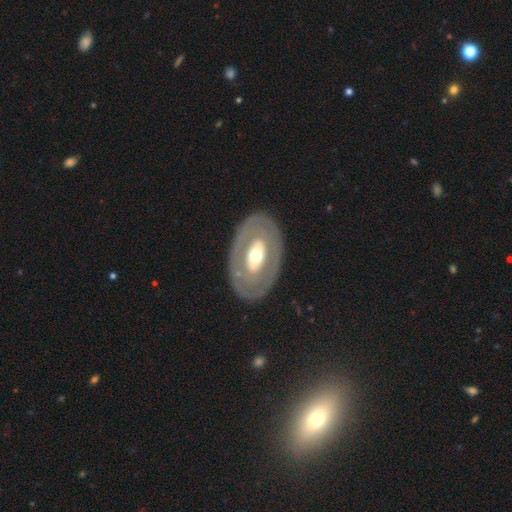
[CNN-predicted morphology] This is likely a featured or disk galaxy (62%). It is clearly not viewed edge-on (90%). Bar: likely no (67%). Spiral arm pattern: clearly no (84%). Central bulge: likely moderate (65%). Merging: clearly none (82%).